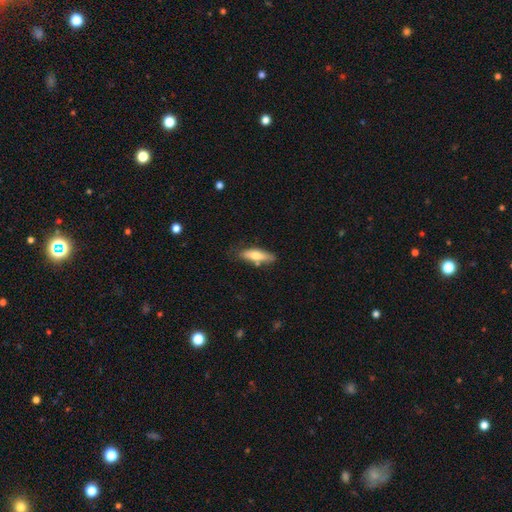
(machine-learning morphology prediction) A smooth galaxy with no disk features (68%) that is cigar-shaped (52%).

Vote fractions:
- Smooth or featured? smooth: 68% / featured or disk: 26% / star or artifact: 6%
- How rounded? cigar-shaped: 52% / in between: 46% / round: 2%
- Merging? none: 67% / minor disturbance: 21% / merger: 7% / major disturbance: 4%